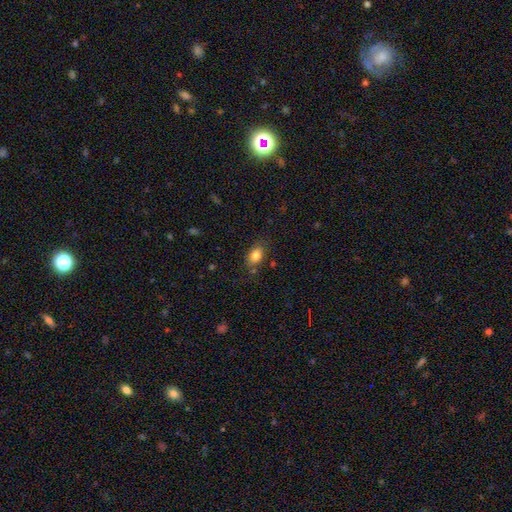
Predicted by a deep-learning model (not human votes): The model was most divided on "merging": none: 76%, minor disturbance: 16%, major disturbance: 5%, merger: 3%. More confident: how rounded — in between (86%); smooth or featured — smooth (82%).